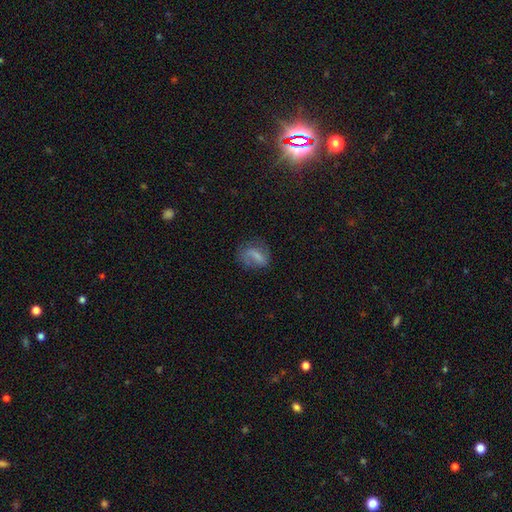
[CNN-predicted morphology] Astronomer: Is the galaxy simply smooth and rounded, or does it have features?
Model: smooth — 54% (runner-up: featured or disk, 35%).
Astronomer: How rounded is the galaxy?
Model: in between — 65%.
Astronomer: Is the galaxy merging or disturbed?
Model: none — 48% (runner-up: minor disturbance, 25%).